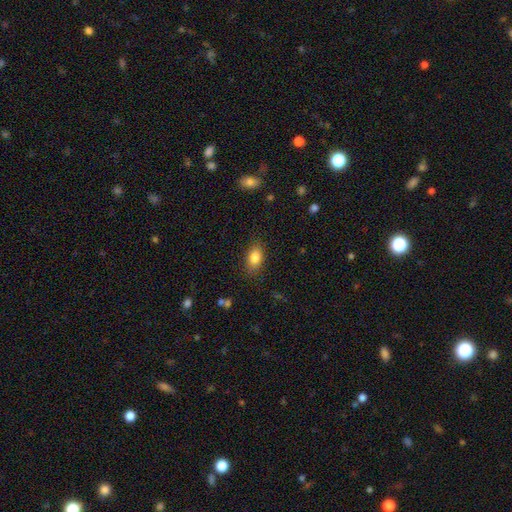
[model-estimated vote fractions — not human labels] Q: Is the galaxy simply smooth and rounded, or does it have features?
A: smooth — 84%.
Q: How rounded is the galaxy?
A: in between — 87%.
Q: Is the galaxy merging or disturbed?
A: none — 84%.